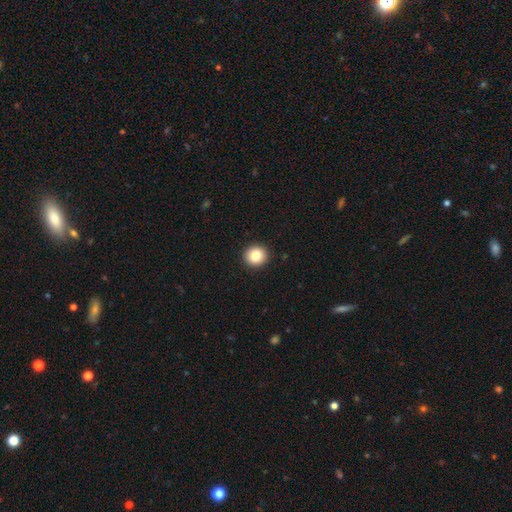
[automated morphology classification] This appears to be a smooth galaxy with no disk features (83%) that is round (91%). Merging: none (93%).